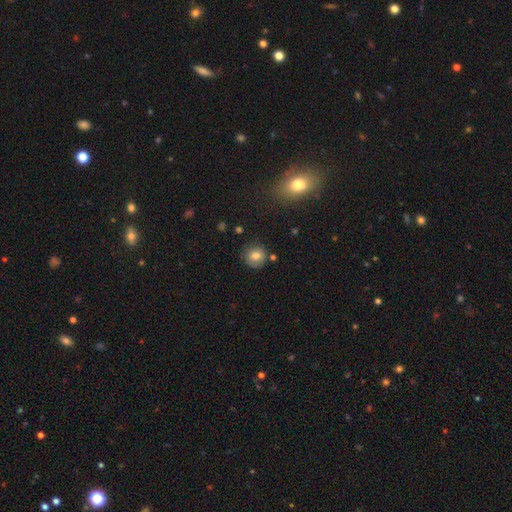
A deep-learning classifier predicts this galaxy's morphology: Smooth or featured? Predicted: smooth (p=0.77). How rounded? Predicted: round (p=0.91). Merging? Predicted: none (p=0.84).